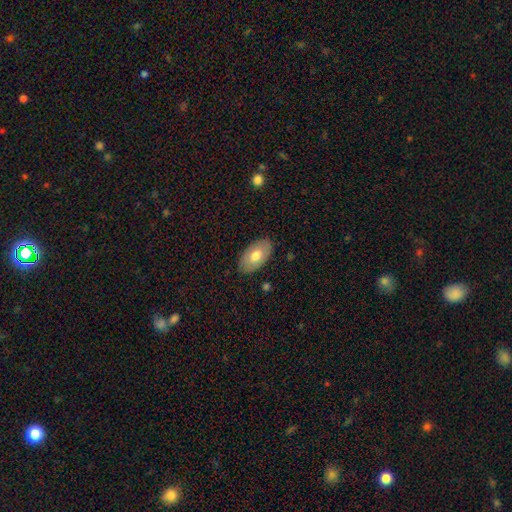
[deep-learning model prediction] Smooth or featured? smooth (67%)
How rounded? in between (94%)
Merging? none (85%)